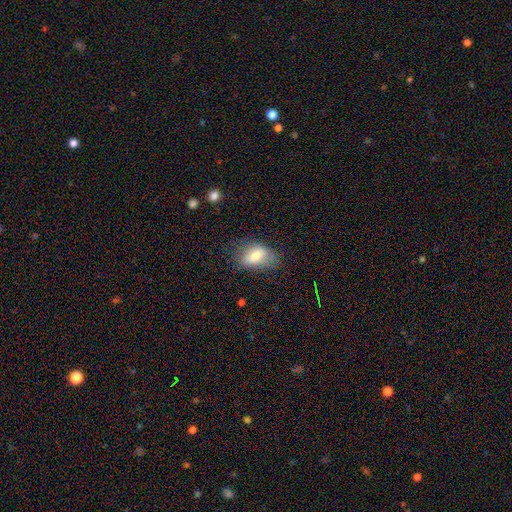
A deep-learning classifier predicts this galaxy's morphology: A smooth galaxy with no disk features (69%) that is in between round and cigar-shaped (87%).

Vote fractions:
- Smooth or featured? smooth: 69% / featured or disk: 22% / star or artifact: 8%
- How rounded? in between: 87% / round: 10% / cigar-shaped: 3%
- Merging? none: 61% / minor disturbance: 27% / major disturbance: 10% / merger: 2%